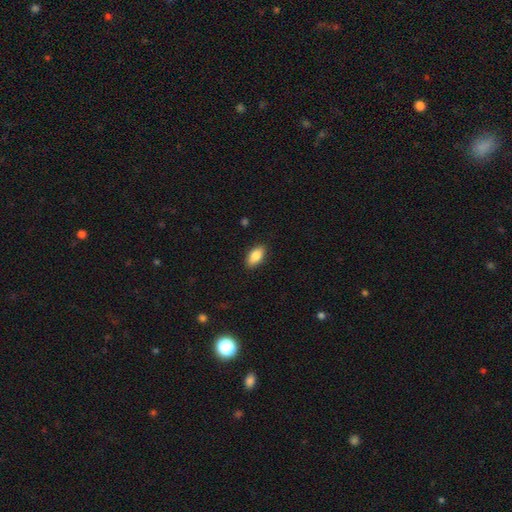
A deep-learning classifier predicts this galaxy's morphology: Smooth or featured?
  - smooth: 86% *
  - featured or disk: 7%
  - star or artifact: 7%
How rounded?
  - in between: 91% *
  - cigar-shaped: 5%
  - round: 4%
Merging?
  - none: 88% *
  - minor disturbance: 9%
  - major disturbance: 2%
  - merger: 1%